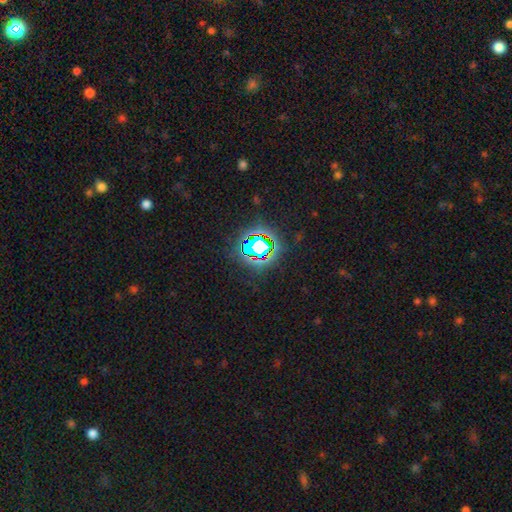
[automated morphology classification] Smooth or featured? star or artifact (76%)